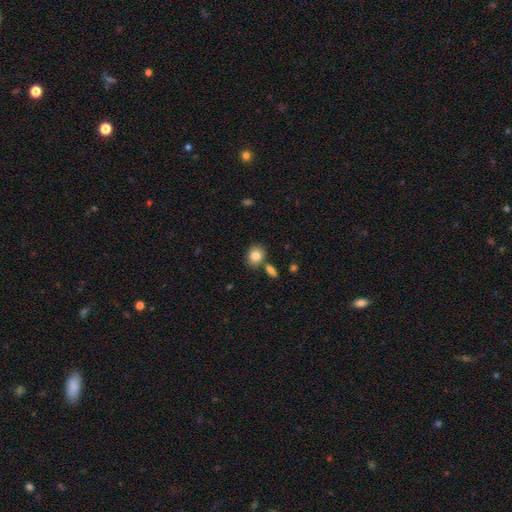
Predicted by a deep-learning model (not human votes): Overall: smooth (83%). How rounded: round (59%; in between 40%). Merging: none (72%).